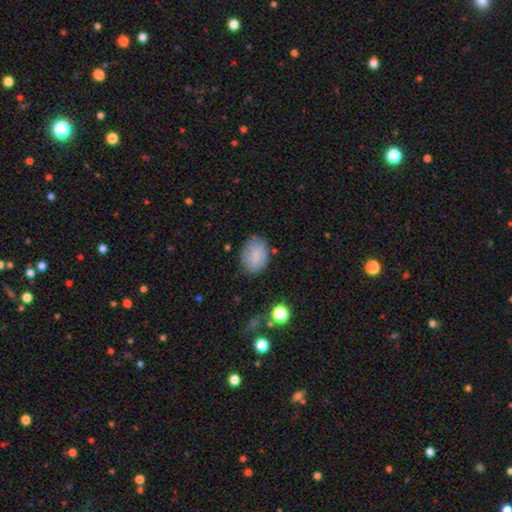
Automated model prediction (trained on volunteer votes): Smooth or featured? Predicted: smooth (p=0.80). How rounded? Predicted: in between (p=0.75). Merging? Predicted: none (p=0.76).